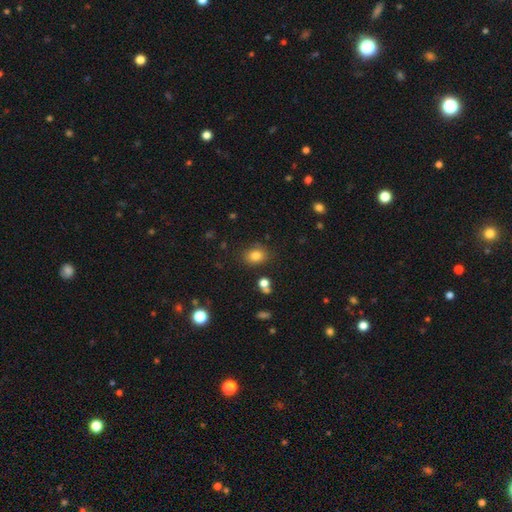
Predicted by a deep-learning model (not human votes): Smooth or featured? Predicted: smooth (p=0.81). How rounded? Predicted: in between (p=0.52). Merging? Predicted: none (p=0.81).